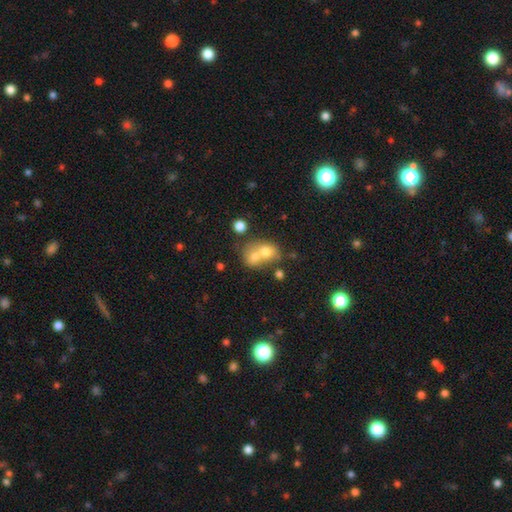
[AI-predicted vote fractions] The model was most divided on "how rounded": round: 58%, in between: 41%, cigar-shaped: 1%. More confident: merging — merger (66%); smooth or featured — smooth (63%).